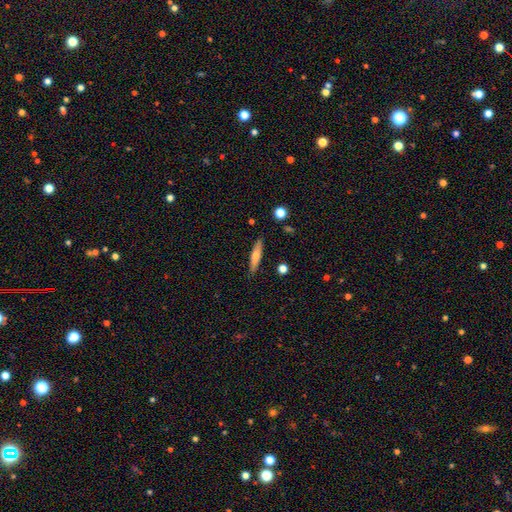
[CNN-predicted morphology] Smooth or featured?
  - smooth: 60% *
  - featured or disk: 33%
  - star or artifact: 7%
How rounded?
  - cigar-shaped: 83% *
  - in between: 15%
  - round: 2%
Merging?
  - none: 87% *
  - minor disturbance: 9%
  - major disturbance: 2%
  - merger: 2%